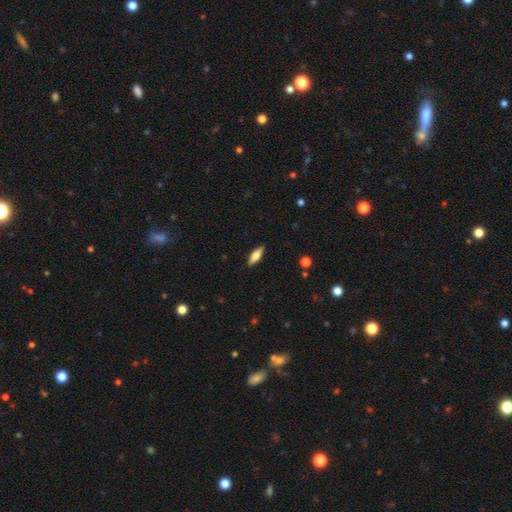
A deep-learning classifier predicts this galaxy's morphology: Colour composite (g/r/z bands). It shows a smooth galaxy with no disk features (55%) that is in between round and cigar-shaped (57%). Merging: none (89%).